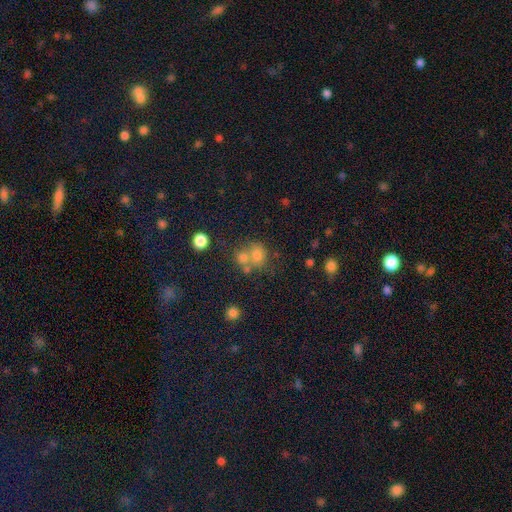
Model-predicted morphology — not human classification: smooth 67%, star or artifact 18%, featured or disk 14%. Down the decision tree: how rounded — round (71%); merging — merger (47%).